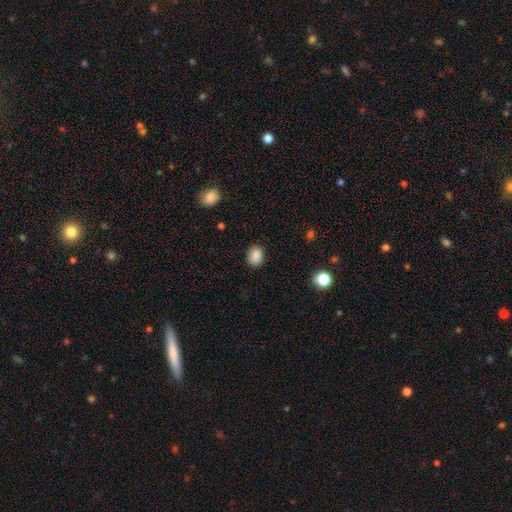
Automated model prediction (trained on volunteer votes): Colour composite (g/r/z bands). It shows a smooth galaxy with no disk features (87%) that is in between round and cigar-shaped (60%). Merging: none (85%).